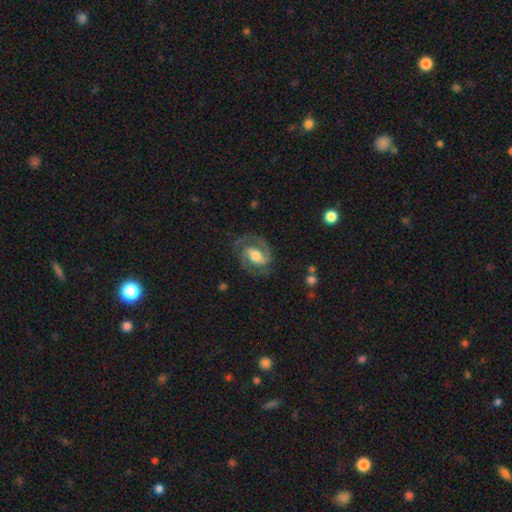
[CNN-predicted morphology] featured or disk 84%, smooth 11%, star or artifact 5%. Down the decision tree: edge-on disk — no (98%); bar — weak (43%); spiral arms — yes (95%); spiral arm count — 2 (89%); spiral winding — medium (52%); bulge size — moderate (61%); merging — none (75%).